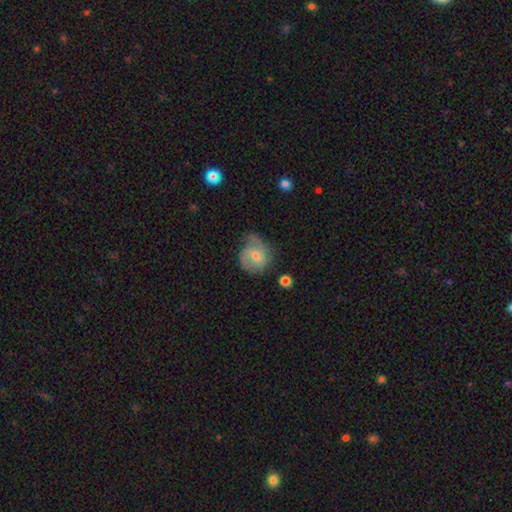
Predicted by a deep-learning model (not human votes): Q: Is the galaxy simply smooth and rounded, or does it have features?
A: featured or disk — 64%.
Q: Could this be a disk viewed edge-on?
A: no — 98%.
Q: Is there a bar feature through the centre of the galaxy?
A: no — 46%.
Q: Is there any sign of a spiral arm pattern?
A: yes — 89%.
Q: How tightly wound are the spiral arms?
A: medium — 46%.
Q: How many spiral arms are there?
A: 2 — 51%.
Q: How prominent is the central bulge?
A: small — 52%.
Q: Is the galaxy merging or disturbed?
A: none — 53%.